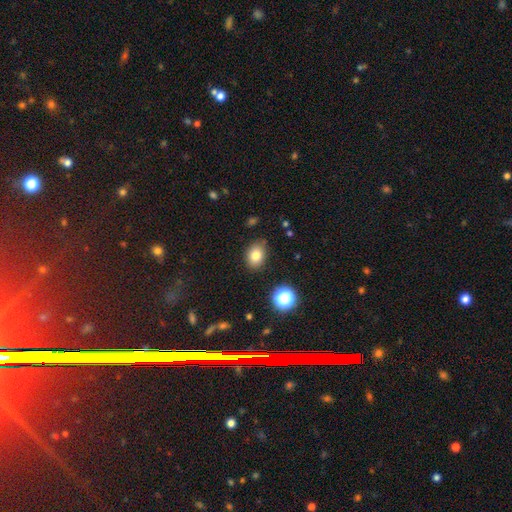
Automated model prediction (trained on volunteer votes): Smooth or featured? Predicted: smooth (p=0.80). How rounded? Predicted: in between (p=0.67). Merging? Predicted: none (p=0.85).